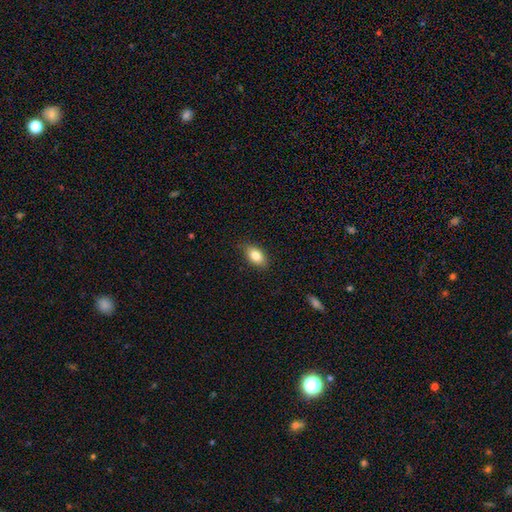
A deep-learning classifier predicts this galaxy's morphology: Smooth or featured: smooth — 83% (featured or disk — 10%)
How rounded: in between — 90% (round — 6%)
Merging: none — 86% (minor disturbance — 11%)